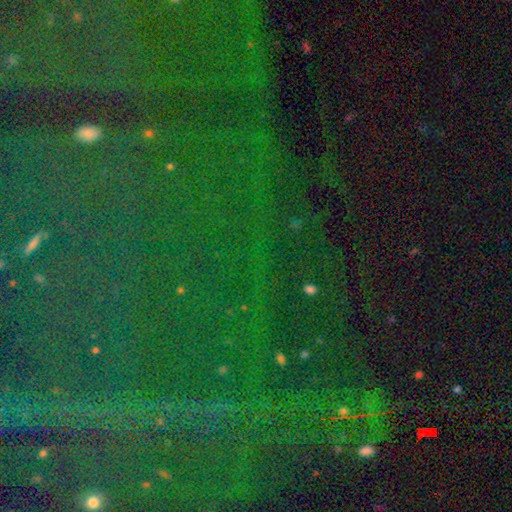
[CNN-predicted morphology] Smooth or featured? Predicted: star or artifact (p=0.80).